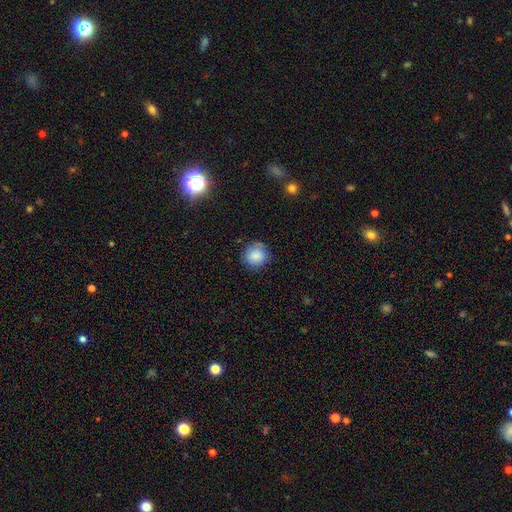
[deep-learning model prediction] A smooth galaxy with no disk features (80%) that is round (86%). Merging: none (76%).